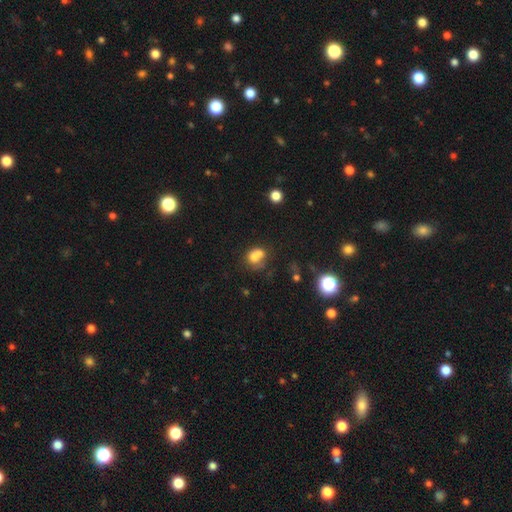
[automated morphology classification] smooth-or-featured: smooth: 66% | featured or disk: 20% | star or artifact: 14%
  how-rounded: round: 56% | in between: 43% | cigar-shaped: 1%
  merging: merger: 56% | none: 26% | minor disturbance: 10% | major disturbance: 8%